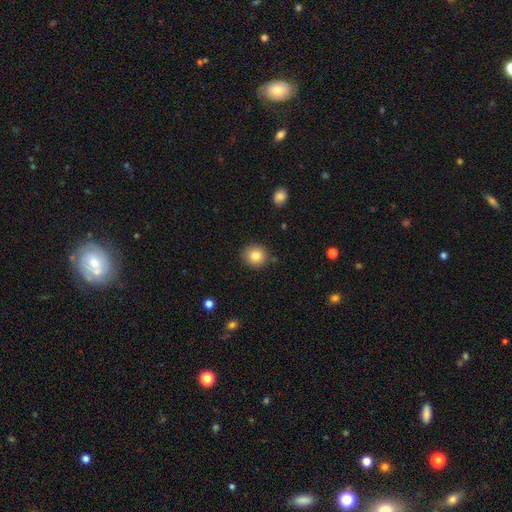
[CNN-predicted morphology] This appears to be a smooth galaxy with no disk features (83%) that is round (86%). Merging: none (87%).